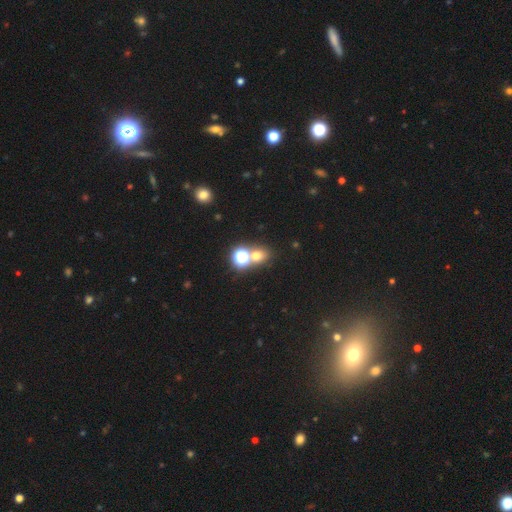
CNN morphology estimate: type=smooth (58%); roundness=round (71%); merging=none (60%).